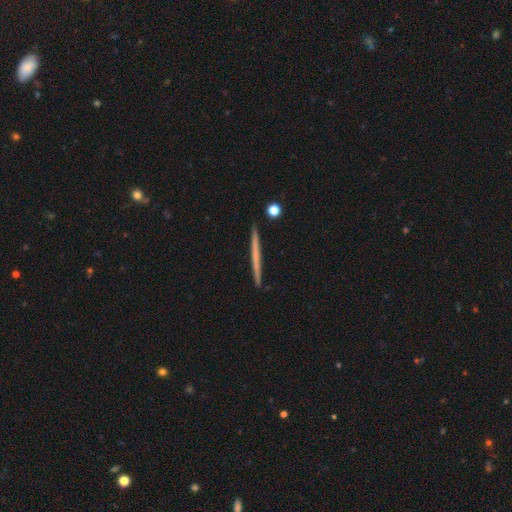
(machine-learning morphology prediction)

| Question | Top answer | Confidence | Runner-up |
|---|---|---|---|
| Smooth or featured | featured or disk | 50% | smooth (44%) |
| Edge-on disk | yes | 98% | no (2%) |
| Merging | none | 92% | minor disturbance (5%) |